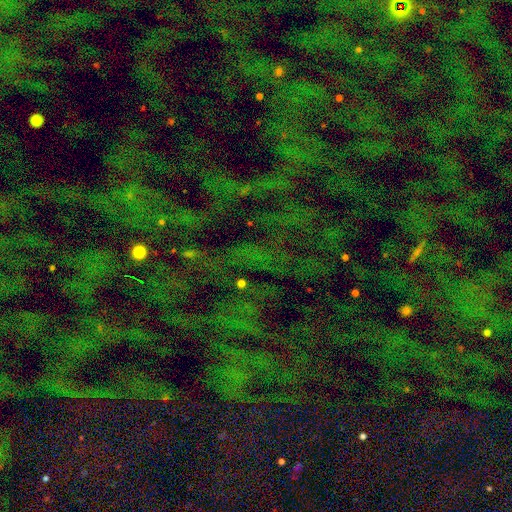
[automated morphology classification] Smooth or featured? star or artifact (75%)